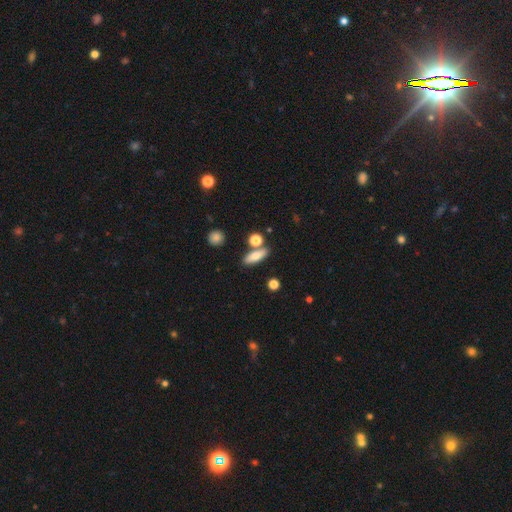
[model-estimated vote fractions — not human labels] Smooth or featured: smooth — 74% (featured or disk — 17%)
How rounded: in between — 55% (cigar-shaped — 37%)
Merging: none — 72% (merger — 13%)